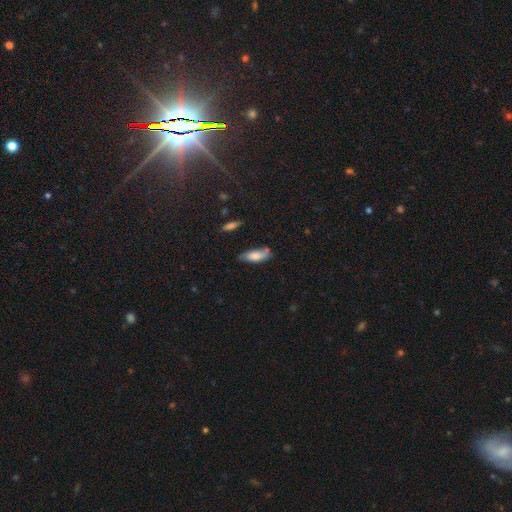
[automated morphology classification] Overall: smooth (72%). How rounded: in between (67%; cigar-shaped 31%). Merging: none (65%; minor disturbance 25%).